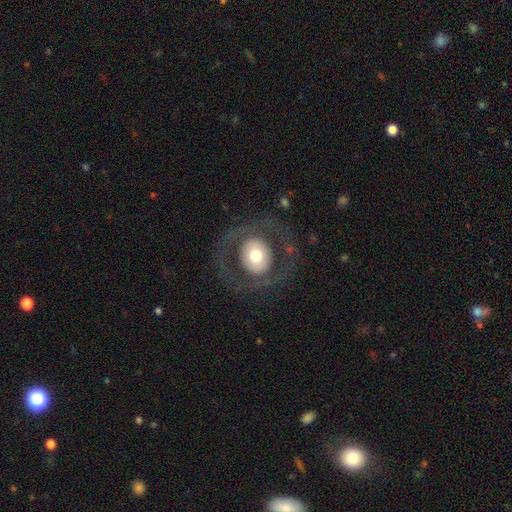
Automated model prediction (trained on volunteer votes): Q: Smooth or featured?
A: smooth (51%); runner-up: featured or disk (42%)
Q: How rounded?
A: round (81%); runner-up: in between (18%)
Q: Merging?
A: none (77%); runner-up: major disturbance (12%)